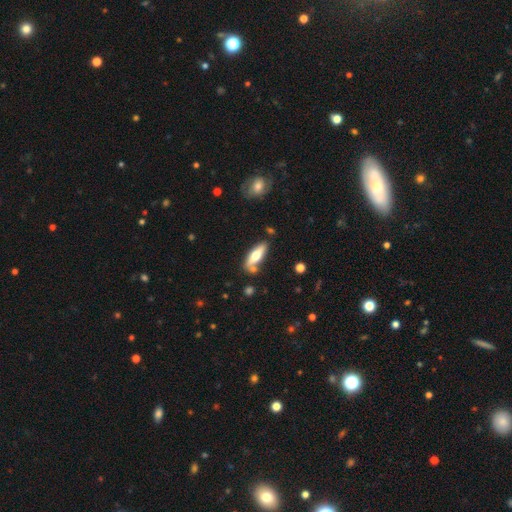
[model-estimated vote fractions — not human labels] This appears to be a smooth galaxy with no disk features (59%) that is in between round and cigar-shaped (52%). Merging: none (69%).